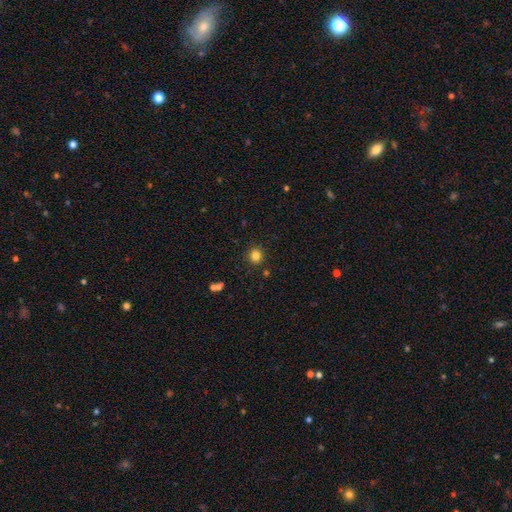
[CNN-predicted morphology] Smooth or featured? Predicted: smooth (p=0.82). How rounded? Predicted: round (p=0.87). Merging? Predicted: none (p=0.88).